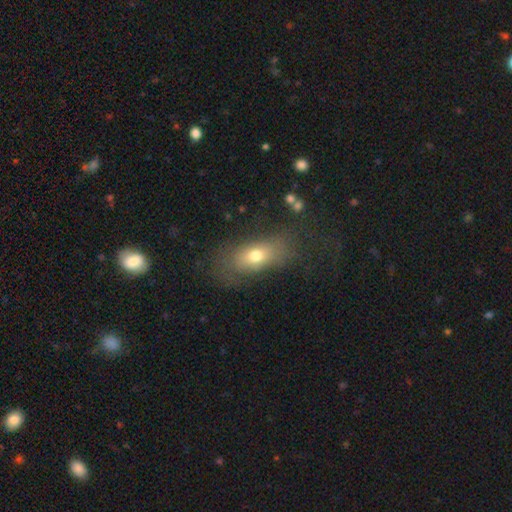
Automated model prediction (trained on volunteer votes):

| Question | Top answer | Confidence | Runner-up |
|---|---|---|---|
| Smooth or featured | smooth | 68% | featured or disk (21%) |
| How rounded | in between | 79% | cigar-shaped (10%) |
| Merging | none | 63% | minor disturbance (19%) |